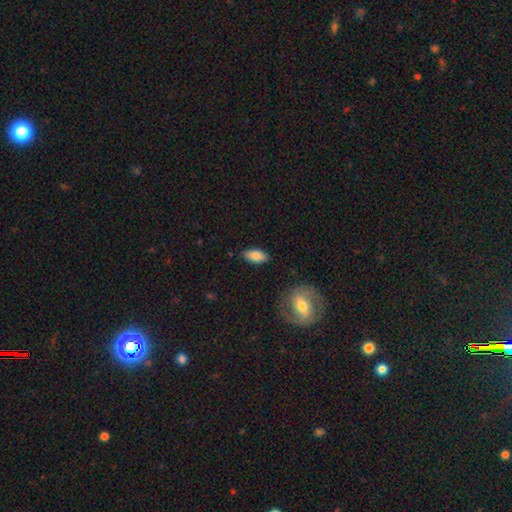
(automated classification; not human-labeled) smooth_or_featured: smooth (p=0.82) [alt: featured or disk p=0.11]
how_rounded: in between (p=0.90) [alt: cigar-shaped p=0.07]
merging: none (p=0.85) [alt: minor disturbance p=0.11]